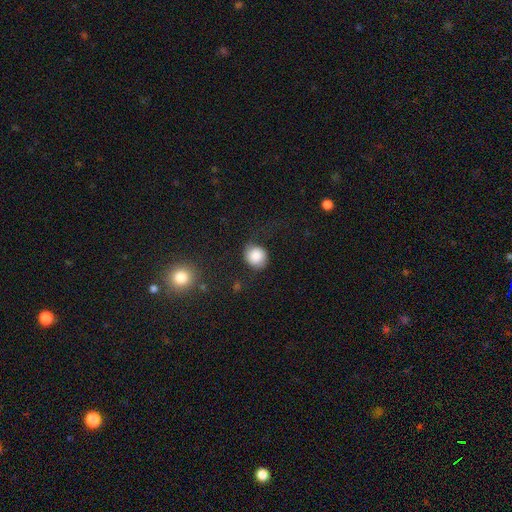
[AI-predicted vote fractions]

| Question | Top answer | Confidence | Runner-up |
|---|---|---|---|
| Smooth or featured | smooth | 83% | featured or disk (9%) |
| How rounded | round | 82% | in between (17%) |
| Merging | none | 64% | minor disturbance (21%) |